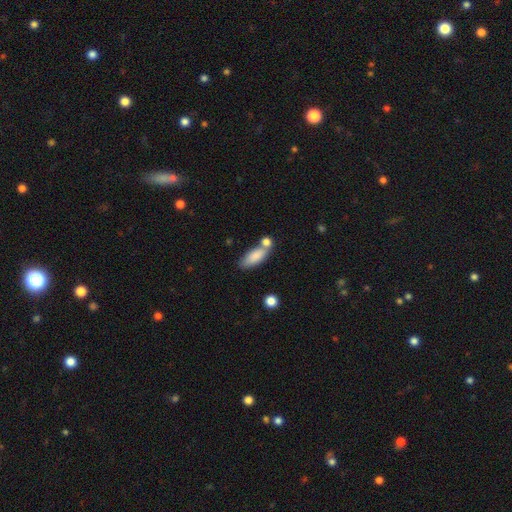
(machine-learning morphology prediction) The model was most divided on "merging": none: 51%, merger: 28%, minor disturbance: 16%, major disturbance: 5%. More confident: smooth or featured — smooth (83%); how rounded — in between (73%).